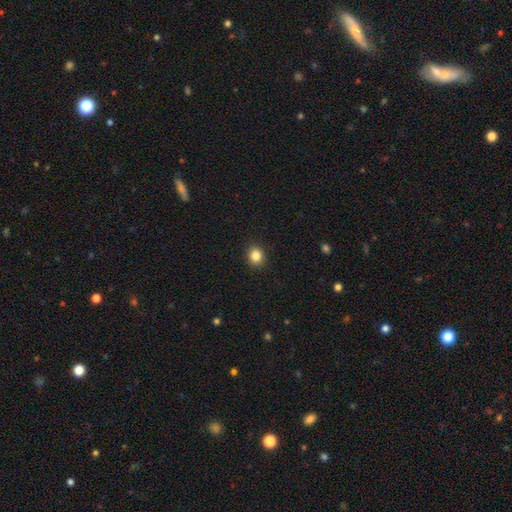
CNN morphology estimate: smooth 85%, star or artifact 10%, featured or disk 4%. Down the decision tree: how rounded — round (76%); merging — none (91%).